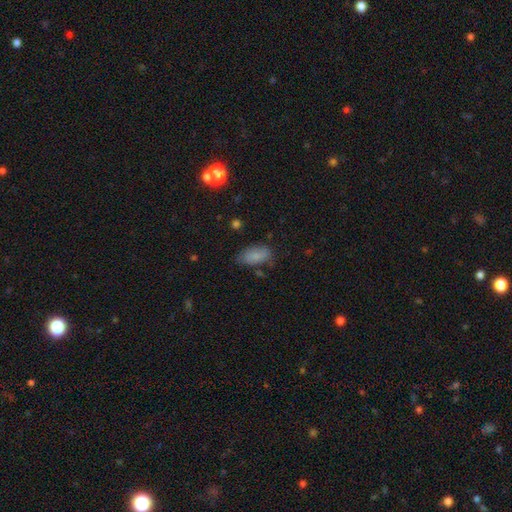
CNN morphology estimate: smooth_or_featured: smooth (p=0.81) [alt: featured or disk p=0.11]
how_rounded: in between (p=0.92) [alt: cigar-shaped p=0.05]
merging: none (p=0.67) [alt: minor disturbance p=0.24]